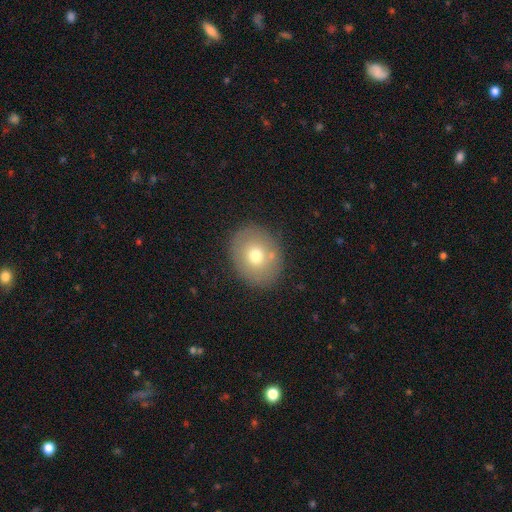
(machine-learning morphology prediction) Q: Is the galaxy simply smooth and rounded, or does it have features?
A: smooth — 69%.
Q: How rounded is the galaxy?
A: round — 57%.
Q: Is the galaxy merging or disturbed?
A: none — 82%.